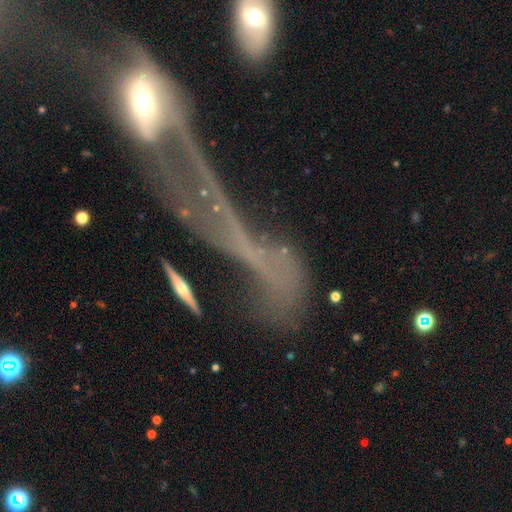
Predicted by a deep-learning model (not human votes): Smooth or featured? Predicted: featured or disk (p=0.55). Edge-on disk? Predicted: no (p=0.71). Merging? Predicted: major disturbance (p=0.45).